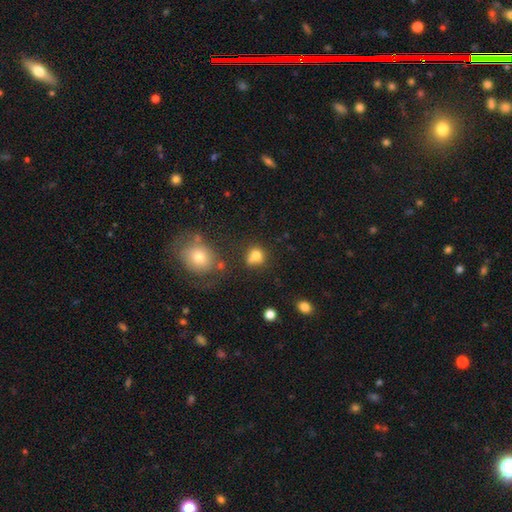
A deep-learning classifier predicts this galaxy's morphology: smooth_or_featured: smooth (p=0.77) [alt: star or artifact p=0.13]
how_rounded: round (p=0.74) [alt: in between p=0.25]
merging: none (p=0.51) [alt: merger p=0.24]